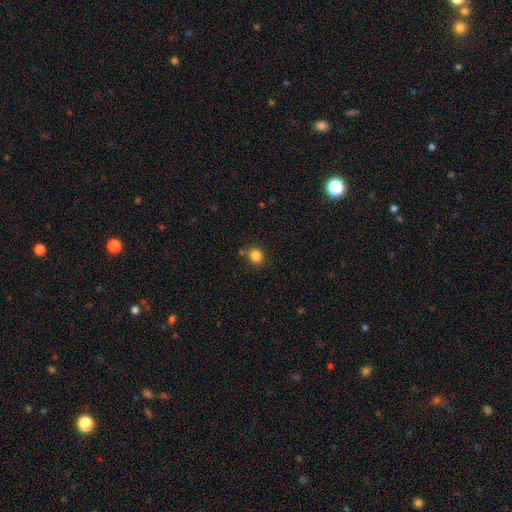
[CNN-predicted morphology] smooth 84%, star or artifact 11%, featured or disk 5%. Down the decision tree: how rounded — round (76%); merging — none (79%).